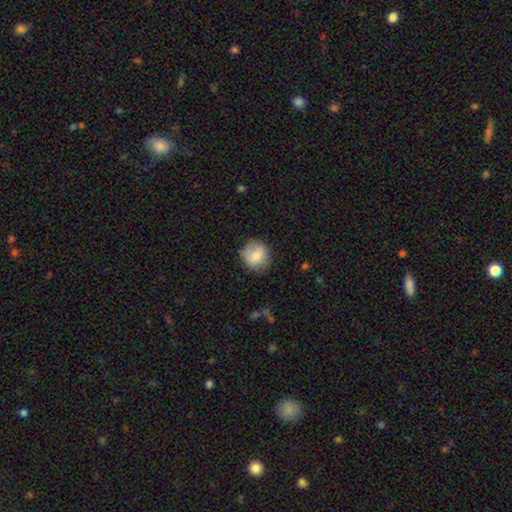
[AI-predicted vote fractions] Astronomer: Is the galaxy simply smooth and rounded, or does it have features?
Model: smooth — 80%.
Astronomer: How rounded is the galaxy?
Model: round — 90%.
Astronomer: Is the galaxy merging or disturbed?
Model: none — 79%.